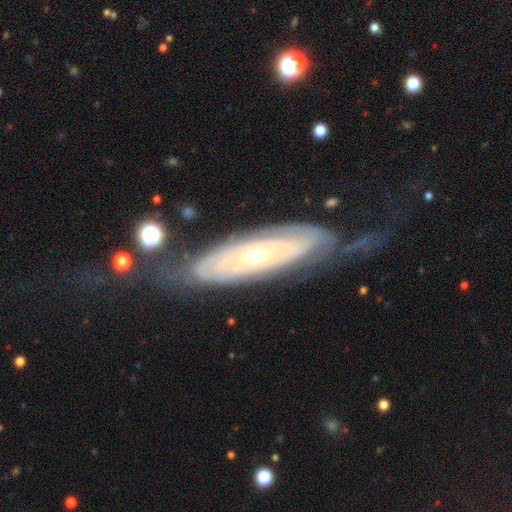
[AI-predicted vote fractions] This is clearly a featured or disk galaxy (82%). It is clearly not viewed edge-on (83%). Bar: likely no (73%). Spiral arm pattern: clearly yes (85%). Spiral arm count: possibly can't tell (52%). Spiral winding: likely tight (74%). Central bulge: possibly small (60%). Merging: possibly none (58%).